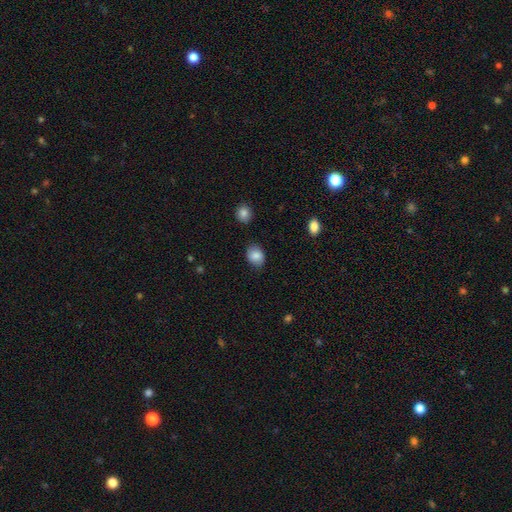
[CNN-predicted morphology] The model was most divided on "how rounded": in between: 60%, round: 39%, cigar-shaped: 1%. More confident: smooth or featured — smooth (85%); merging — none (79%).